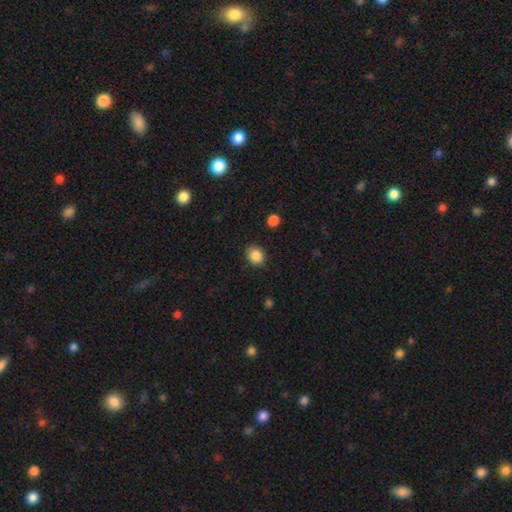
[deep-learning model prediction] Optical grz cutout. It shows a smooth galaxy with no disk features (87%) that is round (62%). Merging: none (87%).